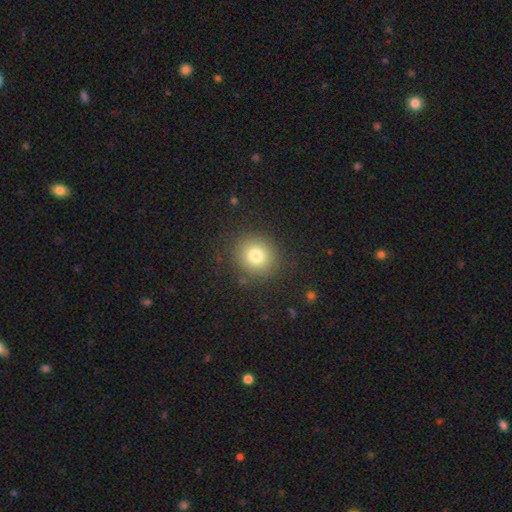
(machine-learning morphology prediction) Smooth or featured? Predicted: smooth (p=0.78). How rounded? Predicted: round (p=0.89). Merging? Predicted: none (p=0.87).